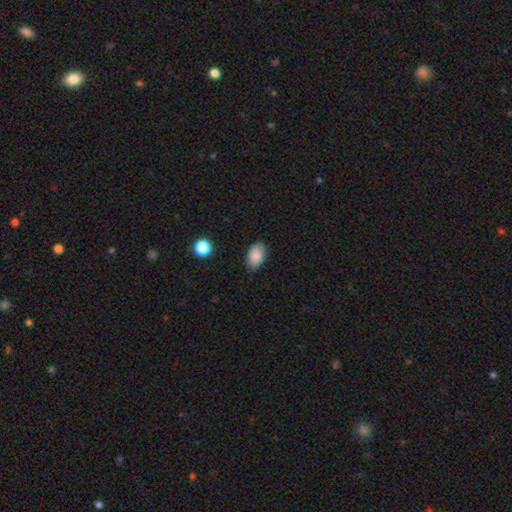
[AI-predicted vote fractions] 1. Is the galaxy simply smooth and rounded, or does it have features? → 86% smooth, 8% star or artifact, 7% featured or disk.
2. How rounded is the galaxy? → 90% in between, 8% round, 1% cigar-shaped.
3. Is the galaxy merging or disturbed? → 81% none, 15% minor disturbance, 3% major disturbance, 1% merger.